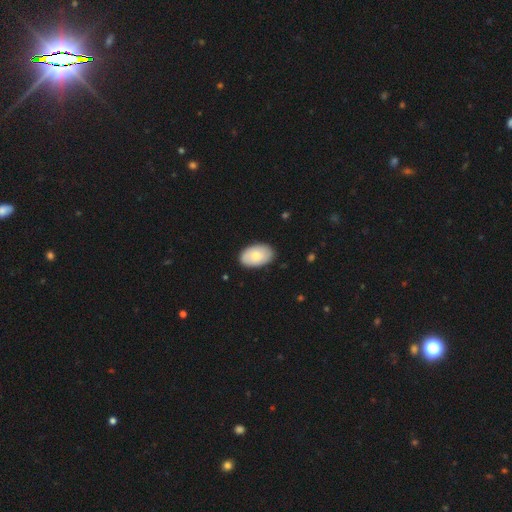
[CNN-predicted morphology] Smooth or featured: smooth — 77% (featured or disk — 17%)
How rounded: in between — 93% (round — 6%)
Merging: none — 87% (minor disturbance — 10%)